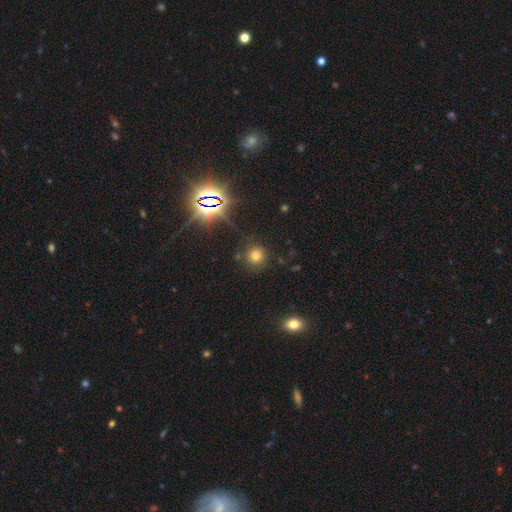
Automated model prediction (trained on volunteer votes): smooth_or_featured: smooth (p=0.68) [alt: star or artifact p=0.24]
how_rounded: round (p=0.92) [alt: in between p=0.07]
merging: none (p=0.84) [alt: minor disturbance p=0.09]